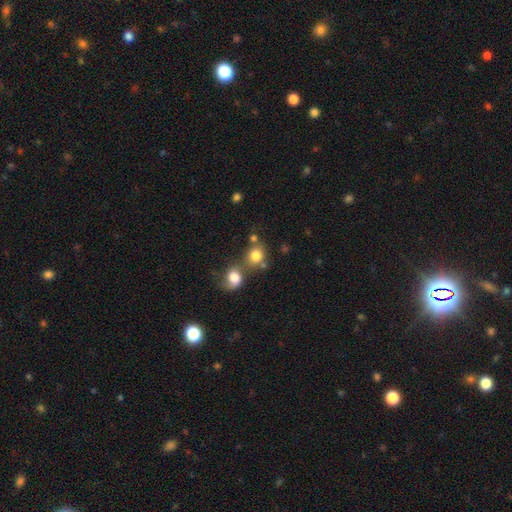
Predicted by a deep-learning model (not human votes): A smooth galaxy with no disk features (79%) that is round (76%).

Vote fractions:
- Smooth or featured? smooth: 79% / star or artifact: 11% / featured or disk: 10%
- How rounded? round: 76% / in between: 22% / cigar-shaped: 1%
- Merging? none: 45% / merger: 38% / minor disturbance: 10% / major disturbance: 6%